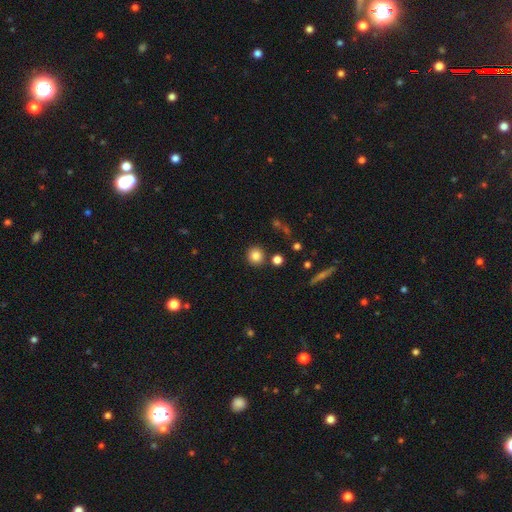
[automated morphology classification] Overall: smooth (83%). How rounded: round (92%). Merging: none (86%).